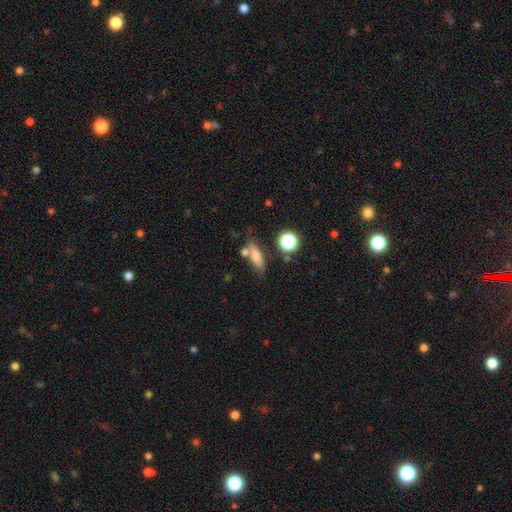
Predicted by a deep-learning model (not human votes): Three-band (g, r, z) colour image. It shows a smooth galaxy with no disk features (71%) that is cigar-shaped (51%). Merging: none (65%).